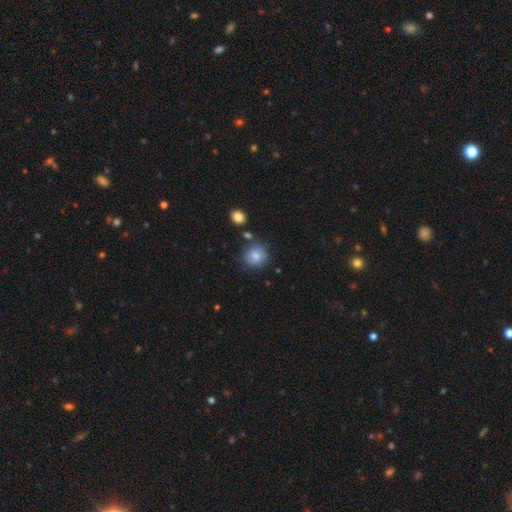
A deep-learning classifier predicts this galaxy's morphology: The model was most divided on "merging": none: 77%, minor disturbance: 13%, merger: 7%, major disturbance: 3%. More confident: how rounded — round (89%); smooth or featured — smooth (83%).